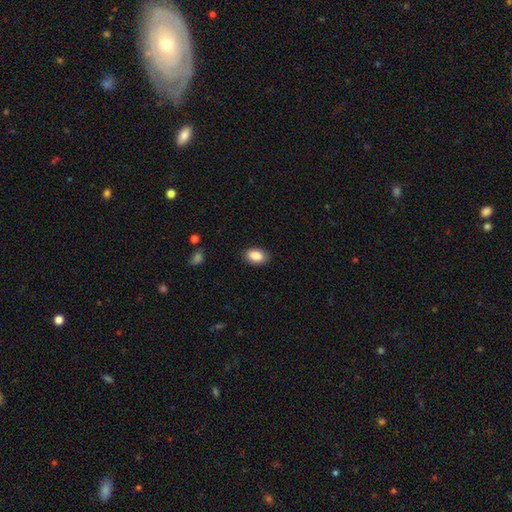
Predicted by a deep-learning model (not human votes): Q: Smooth or featured?
A: smooth (88%); runner-up: star or artifact (7%)
Q: How rounded?
A: in between (89%); runner-up: round (10%)
Q: Merging?
A: none (86%); runner-up: minor disturbance (10%)